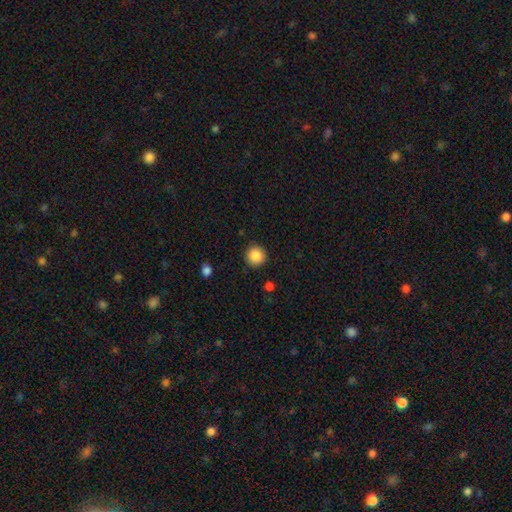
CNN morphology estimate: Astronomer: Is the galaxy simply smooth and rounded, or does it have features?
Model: smooth — 87%.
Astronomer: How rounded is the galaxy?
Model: round — 95%.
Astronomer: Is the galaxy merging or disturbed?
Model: none — 91%.